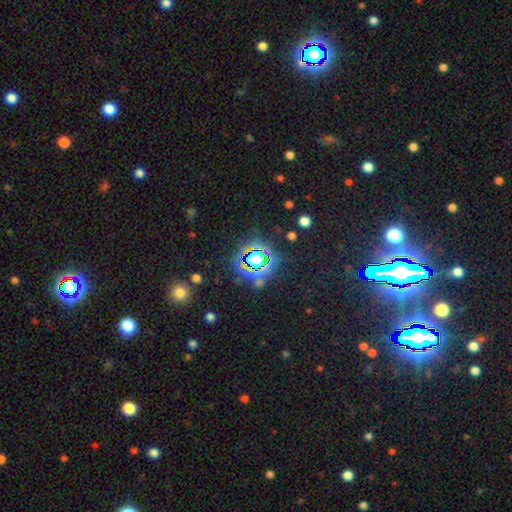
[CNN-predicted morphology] A star or artifact, not a galaxy (72%).